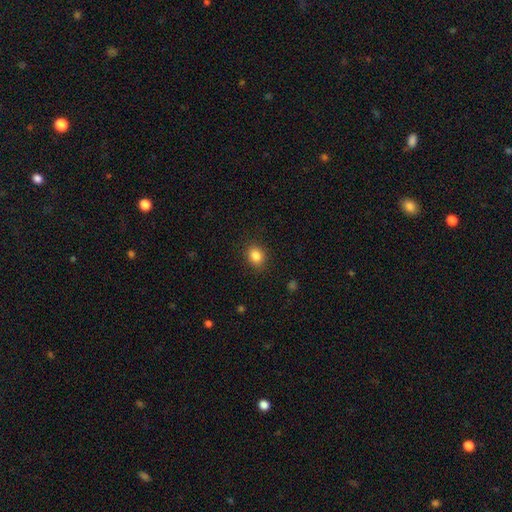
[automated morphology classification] This appears to be a smooth galaxy with no disk features (85%) that is round (52%). Merging: none (87%).